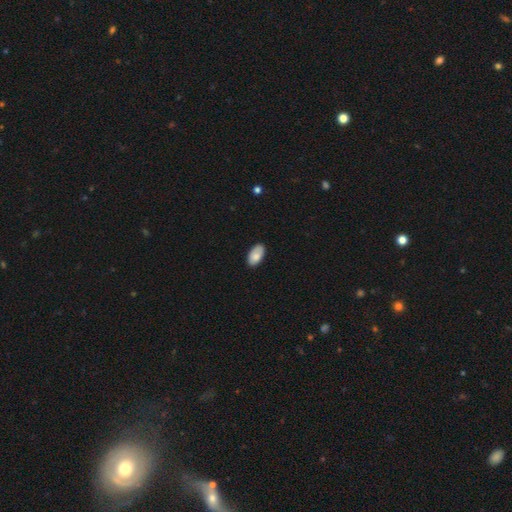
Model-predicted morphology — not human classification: Smooth or featured?
  - smooth: 81% *
  - featured or disk: 12%
  - star or artifact: 7%
How rounded?
  - in between: 95% *
  - round: 3%
  - cigar-shaped: 2%
Merging?
  - none: 81% *
  - minor disturbance: 15%
  - major disturbance: 2%
  - merger: 1%